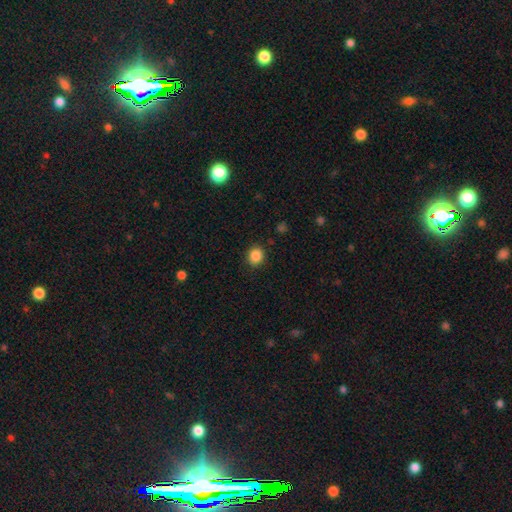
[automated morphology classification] Smooth or featured? Predicted: smooth (p=0.87). How rounded? Predicted: round (p=0.73). Merging? Predicted: none (p=0.89).